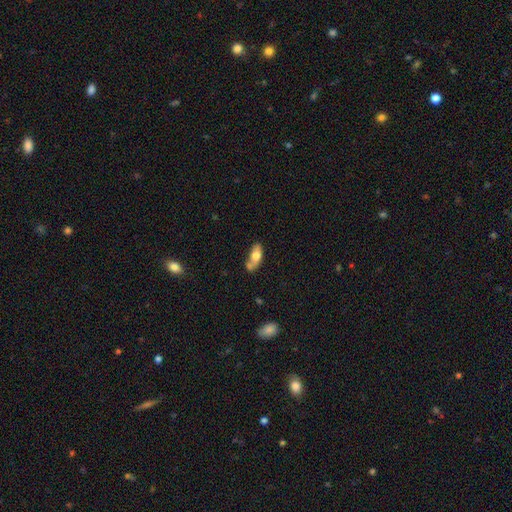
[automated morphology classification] smooth 68%, featured or disk 25%, star or artifact 7%. Down the decision tree: how rounded — in between (82%); merging — none (44%).